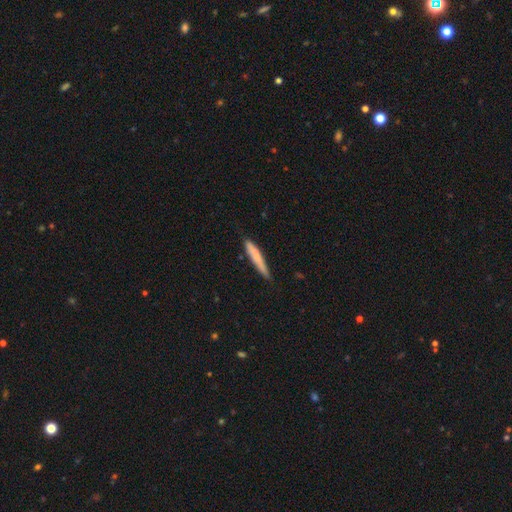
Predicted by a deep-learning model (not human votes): smooth_or_featured: smooth (p=0.73) [alt: featured or disk p=0.22]
how_rounded: cigar-shaped (p=0.94) [alt: in between p=0.05]
merging: none (p=0.79) [alt: minor disturbance p=0.17]